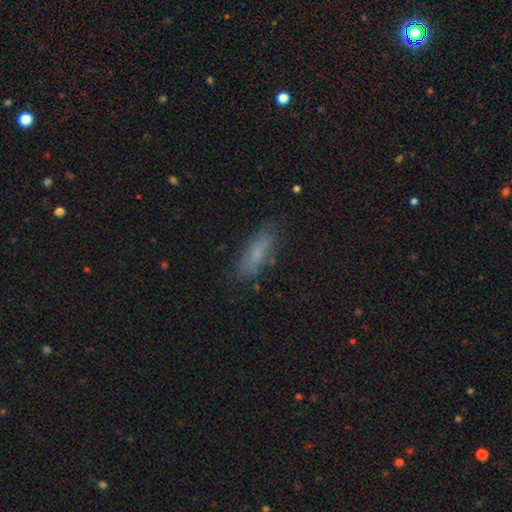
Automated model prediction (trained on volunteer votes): Overall: smooth (72%). How rounded: in between (49%, tied with cigar-shaped). Merging: none (80%).